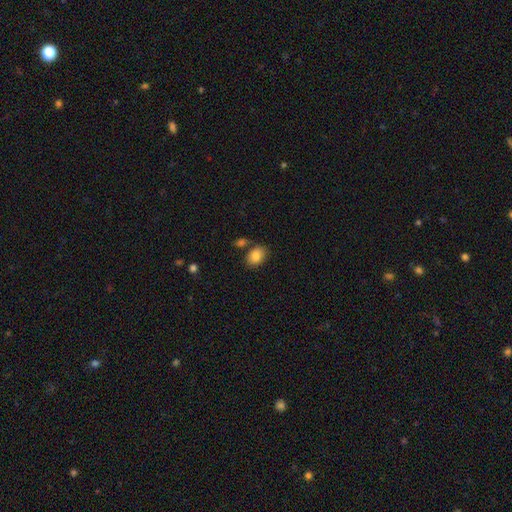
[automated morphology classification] Smooth or featured? Predicted: smooth (p=0.85). How rounded? Predicted: in between (p=0.78). Merging? Predicted: none (p=0.69).